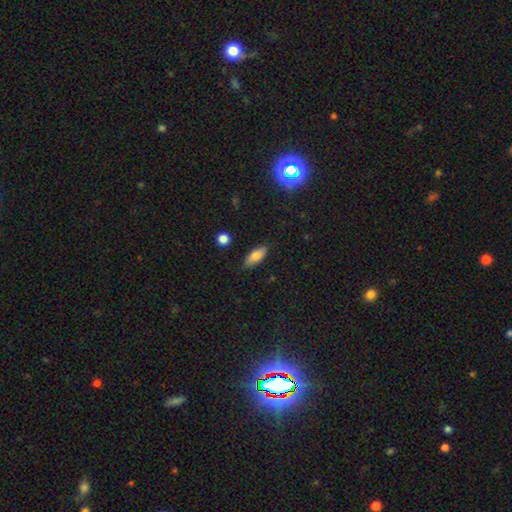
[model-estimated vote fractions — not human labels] smooth_or_featured: smooth (p=0.79) [alt: featured or disk p=0.13]
how_rounded: in between (p=0.79) [alt: cigar-shaped p=0.18]
merging: none (p=0.83) [alt: minor disturbance p=0.13]